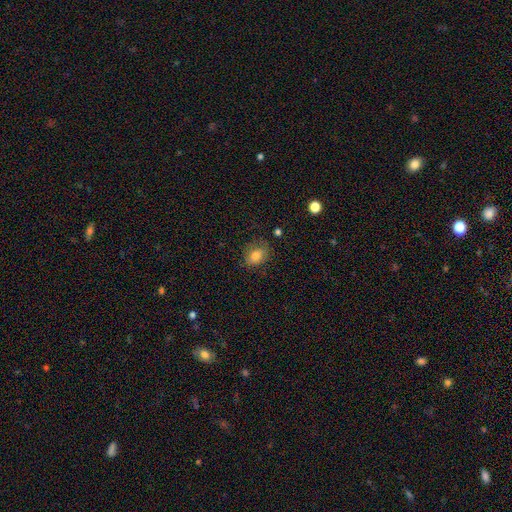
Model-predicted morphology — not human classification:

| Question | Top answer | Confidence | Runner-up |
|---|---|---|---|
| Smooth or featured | smooth | 78% | featured or disk (13%) |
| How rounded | in between | 73% | round (25%) |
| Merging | none | 69% | minor disturbance (21%) |